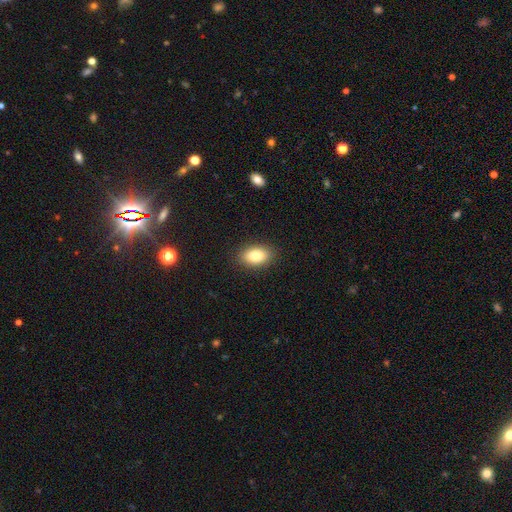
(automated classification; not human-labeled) smooth-or-featured: smooth: 83% | featured or disk: 9% | star or artifact: 8%
  how-rounded: in between: 88% | round: 10% | cigar-shaped: 2%
  merging: none: 89% | minor disturbance: 8% | major disturbance: 2% | merger: 1%